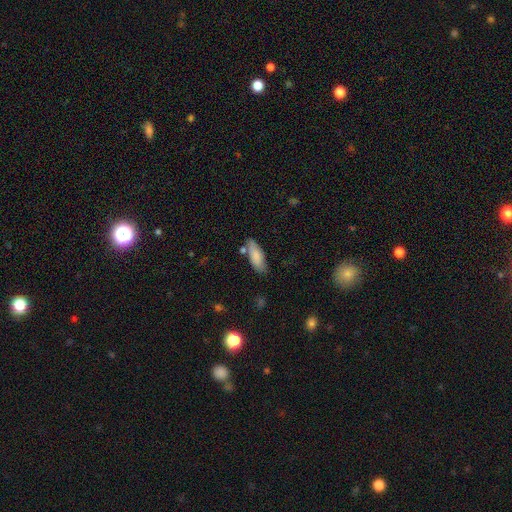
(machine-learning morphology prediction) This appears to be a smooth galaxy with no disk features (84%) that is in between round and cigar-shaped (71%). Merging: none (71%).